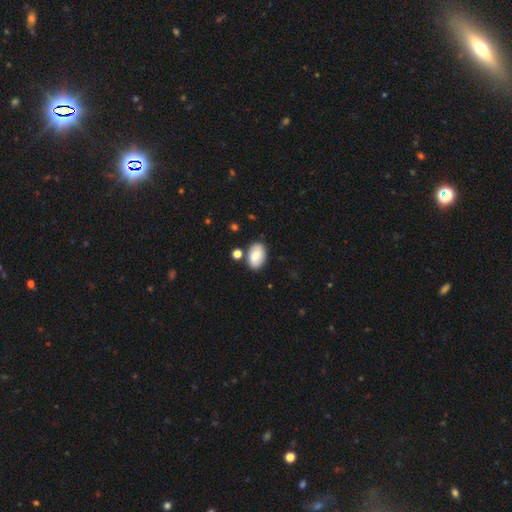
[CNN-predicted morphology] Smooth or featured? Predicted: smooth (p=0.78). How rounded? Predicted: in between (p=0.89). Merging? Predicted: none (p=0.75).